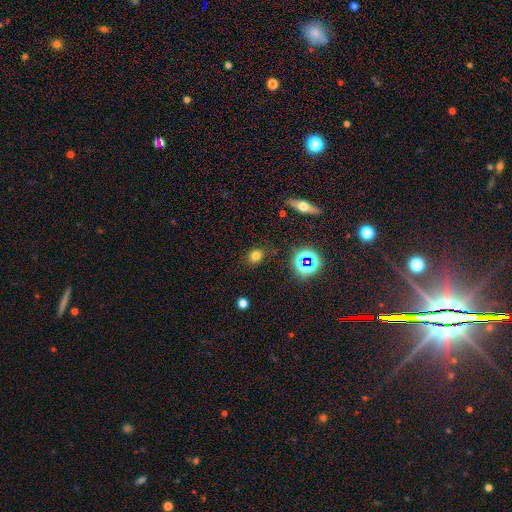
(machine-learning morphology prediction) smooth_or_featured: smooth (p=0.72) [alt: star or artifact p=0.20]
how_rounded: round (p=0.74) [alt: in between p=0.25]
merging: none (p=0.85) [alt: minor disturbance p=0.10]